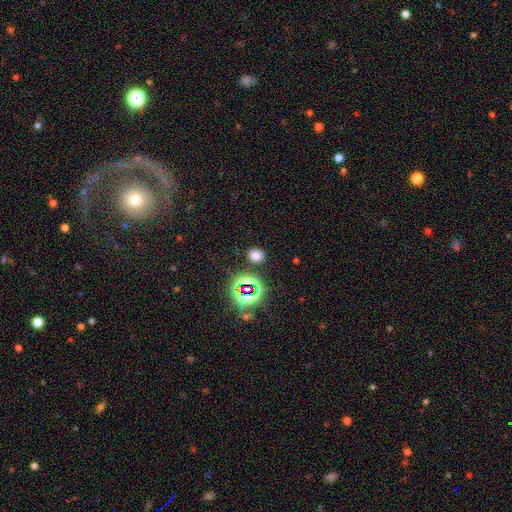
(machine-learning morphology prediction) Smooth or featured? smooth (67%)
How rounded? round (63%)
Merging? none (86%)